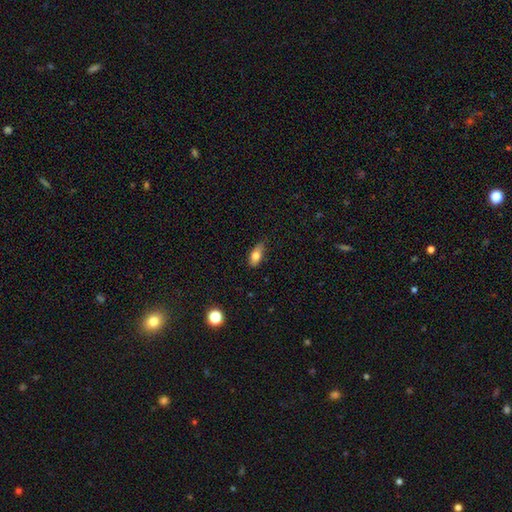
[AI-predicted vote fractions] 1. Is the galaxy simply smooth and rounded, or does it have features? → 77% smooth, 14% featured or disk, 8% star or artifact.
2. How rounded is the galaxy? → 82% in between, 12% cigar-shaped, 6% round.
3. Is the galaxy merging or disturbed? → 68% none, 26% minor disturbance, 5% major disturbance, 2% merger.